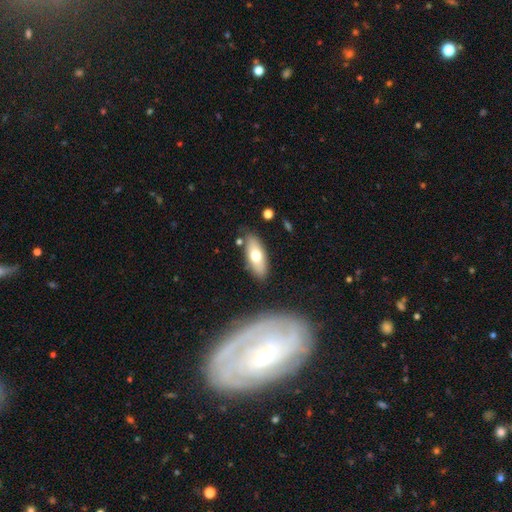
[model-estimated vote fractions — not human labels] Overall: smooth (66%; featured or disk 28%). How rounded: in between (76%). Merging: none (82%).